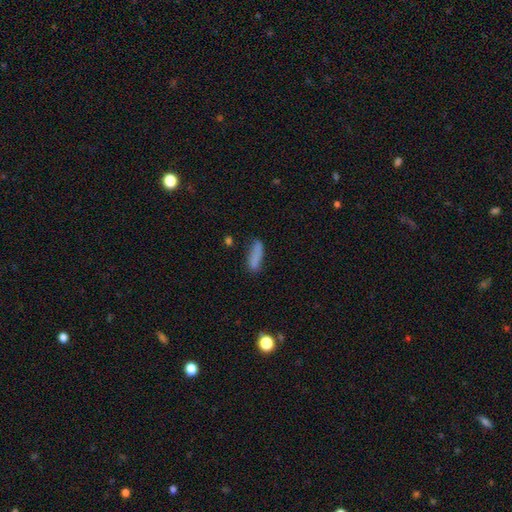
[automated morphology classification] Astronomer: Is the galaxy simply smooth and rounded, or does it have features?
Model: smooth — 80%.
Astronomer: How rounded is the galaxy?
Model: cigar-shaped — 61% (runner-up: in between, 37%).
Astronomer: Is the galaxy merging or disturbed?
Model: none — 68%.